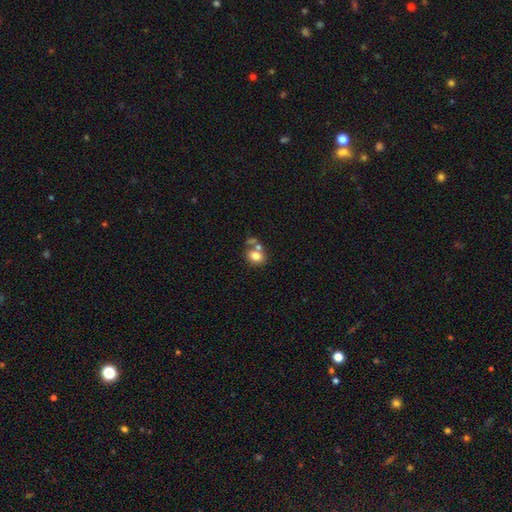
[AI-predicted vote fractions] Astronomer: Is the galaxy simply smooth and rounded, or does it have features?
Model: smooth — 78%.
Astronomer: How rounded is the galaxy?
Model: in between — 60% (runner-up: round, 39%).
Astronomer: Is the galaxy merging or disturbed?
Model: none — 44% (runner-up: merger, 37%).